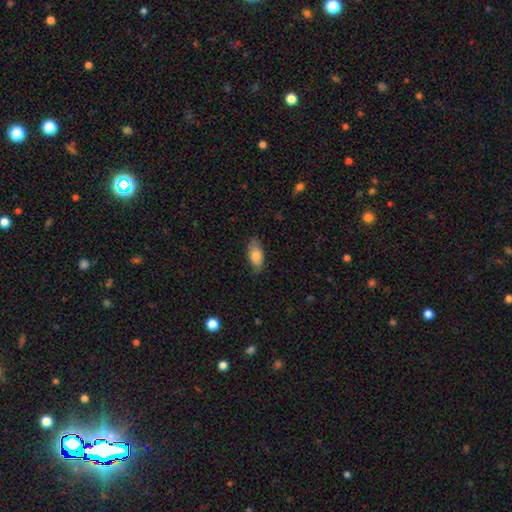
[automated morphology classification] This is likely a smooth galaxy (80%). How rounded: clearly in between (87%). Merging: likely none (78%).